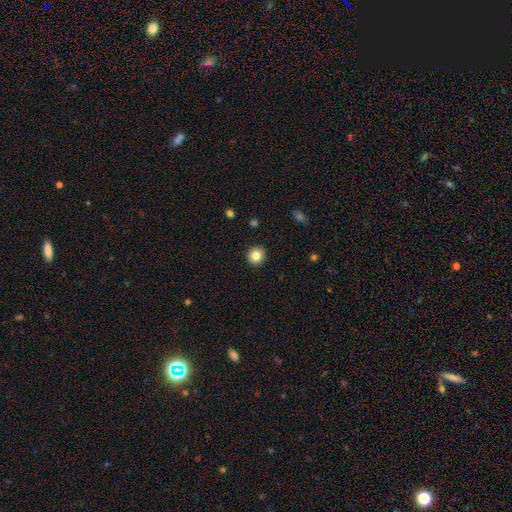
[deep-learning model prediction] This is clearly a smooth galaxy (83%). How rounded: clearly round (91%). Merging: clearly none (92%).